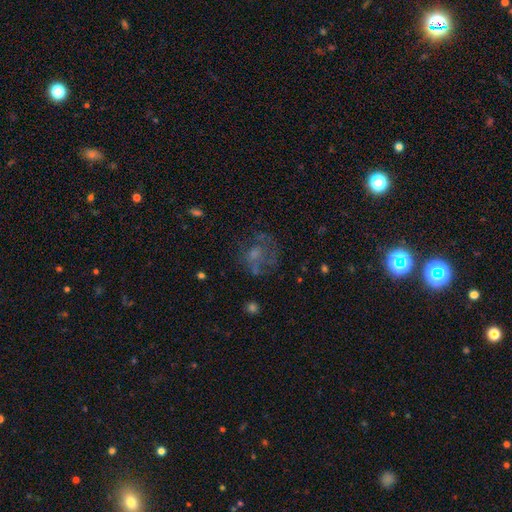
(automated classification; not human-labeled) Morphology: type=featured or disk (45%); merging=none (48%).